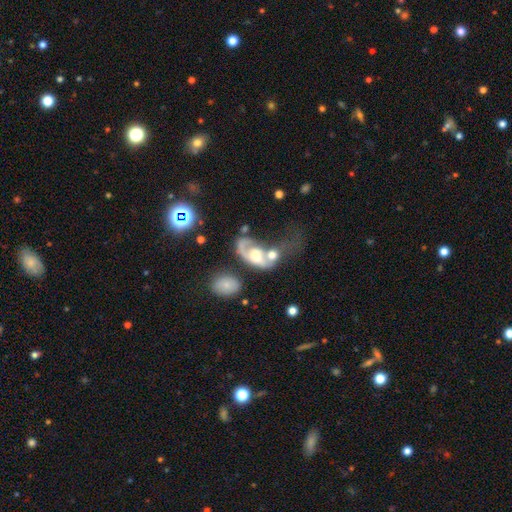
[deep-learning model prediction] The model was most divided on "merging": merger: 50%, major disturbance: 29%, none: 13%, minor disturbance: 8%. Remaining: edge-on disk — no (95%); spiral arms — yes (67%); bar — no (66%); smooth or featured — featured or disk (64%); bulge size — moderate (49%).